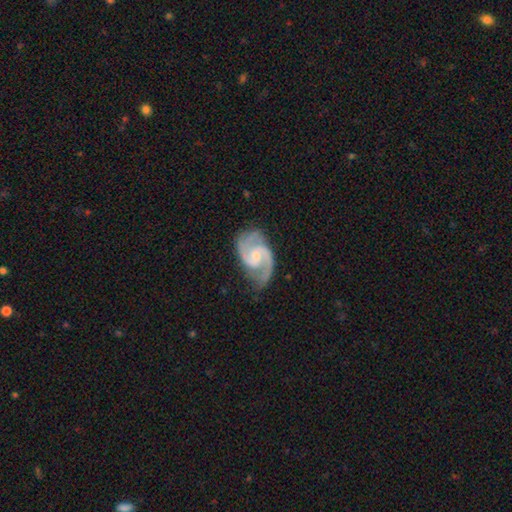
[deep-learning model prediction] A featured or disk galaxy (92%) with no bar (47%), 2 (87%) medium (61%) spiral arms (98%) and a small central bulge (62%). Merging: none (74%).